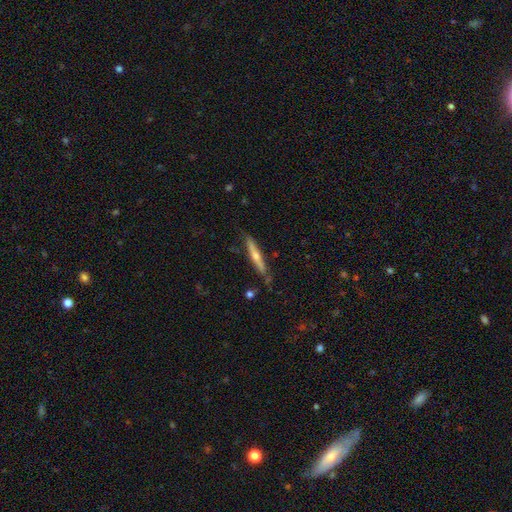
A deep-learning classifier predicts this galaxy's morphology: This is possibly a featured or disk galaxy (58%). It is clearly viewed edge-on (95%). Edge-on bulge: clearly rounded (81%). Merging: likely none (78%).